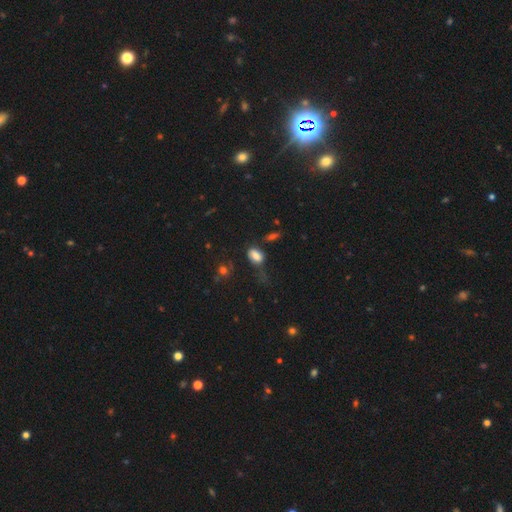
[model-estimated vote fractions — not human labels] Smooth or featured?
  - smooth: 78% *
  - star or artifact: 12%
  - featured or disk: 10%
How rounded?
  - in between: 82% *
  - round: 16%
  - cigar-shaped: 3%
Merging?
  - none: 38% *
  - minor disturbance: 28%
  - major disturbance: 25%
  - merger: 9%